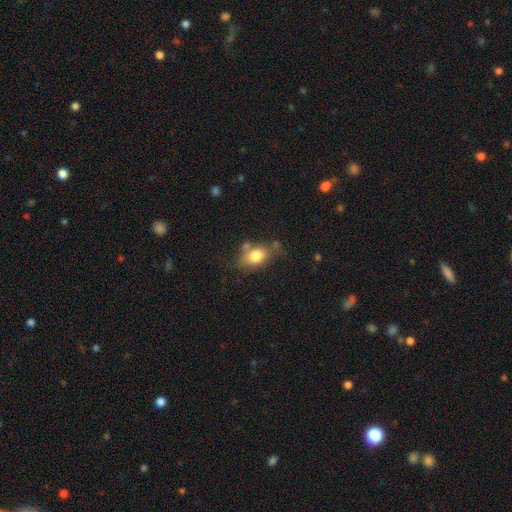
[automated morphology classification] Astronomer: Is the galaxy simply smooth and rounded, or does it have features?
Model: smooth — 77%.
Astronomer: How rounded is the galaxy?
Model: in between — 76%.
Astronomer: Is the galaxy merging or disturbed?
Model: none — 57%.